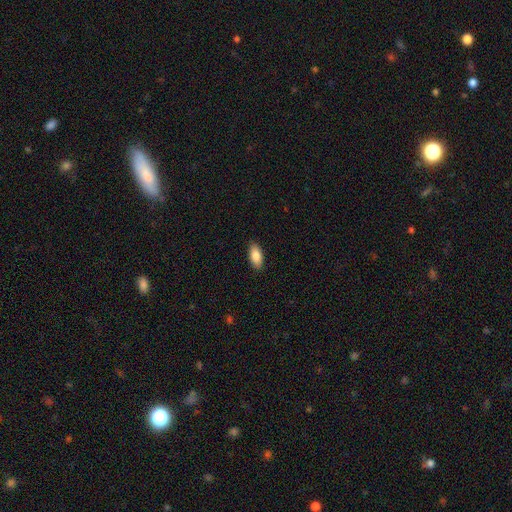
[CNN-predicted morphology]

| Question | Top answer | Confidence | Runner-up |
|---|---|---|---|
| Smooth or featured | smooth | 87% | featured or disk (7%) |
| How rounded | in between | 90% | cigar-shaped (7%) |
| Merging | none | 89% | minor disturbance (8%) |